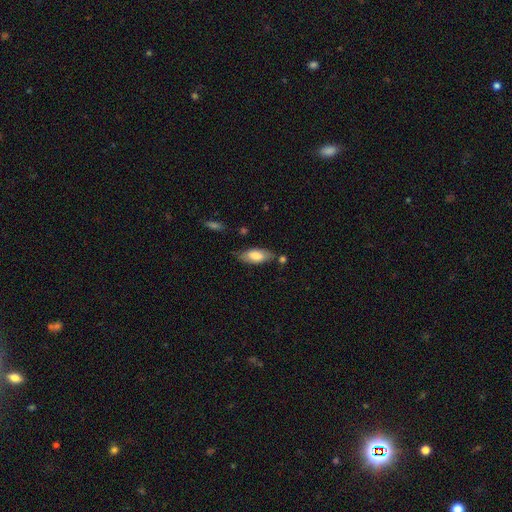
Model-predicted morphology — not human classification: This appears to be a smooth galaxy with no disk features (75%) that is in between round and cigar-shaped (81%). Merging: none (71%).